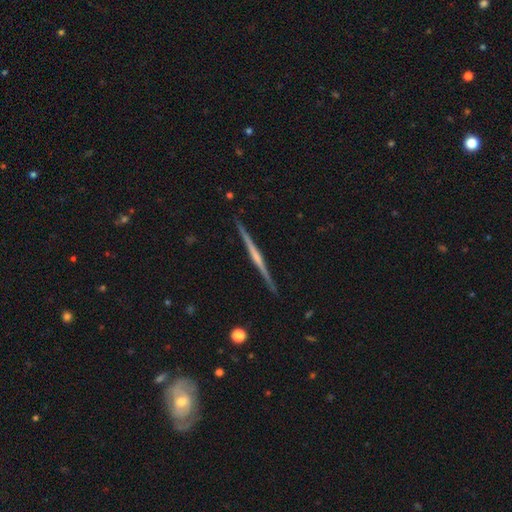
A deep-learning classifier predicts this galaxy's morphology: Q: Smooth or featured?
A: featured or disk (77%); runner-up: smooth (16%)
Q: Edge-on disk?
A: yes (97%); runner-up: no (3%)
Q: Edge-on bulge?
A: rounded (53%); runner-up: none (36%)
Q: Merging?
A: none (89%); runner-up: minor disturbance (8%)